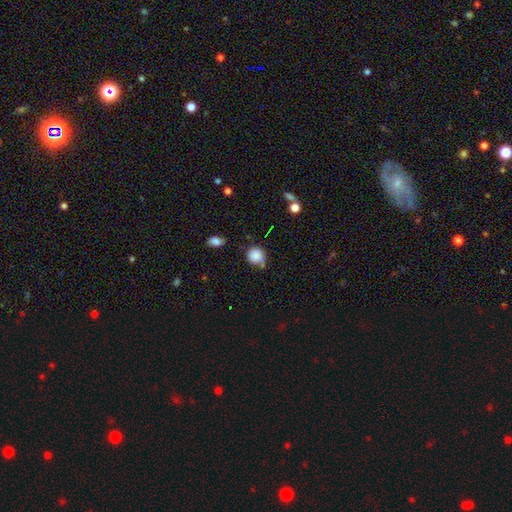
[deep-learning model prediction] The model was most divided on "merging": none: 61%, minor disturbance: 25%, merger: 8%, major disturbance: 6%. More confident: how rounded — round (86%); smooth or featured — smooth (84%).